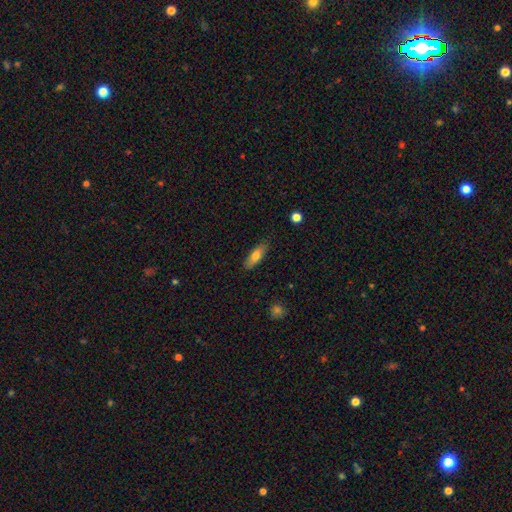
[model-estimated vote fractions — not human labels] Overall: smooth (74%). How rounded: in between (55%; cigar-shaped 43%). Merging: none (85%).